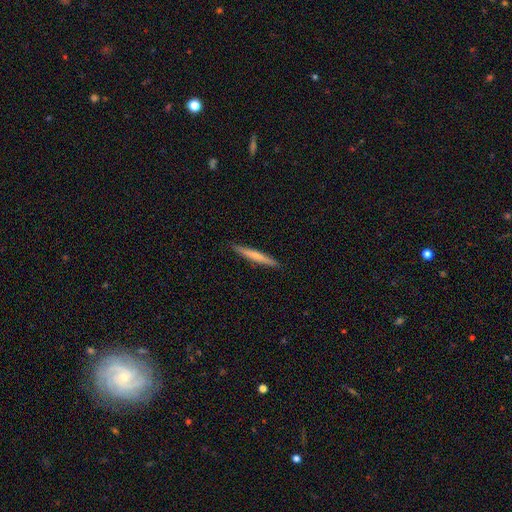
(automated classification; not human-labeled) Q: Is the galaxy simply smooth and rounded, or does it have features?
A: smooth — 63%.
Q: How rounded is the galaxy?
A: cigar-shaped — 95%.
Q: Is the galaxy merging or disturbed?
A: none — 91%.